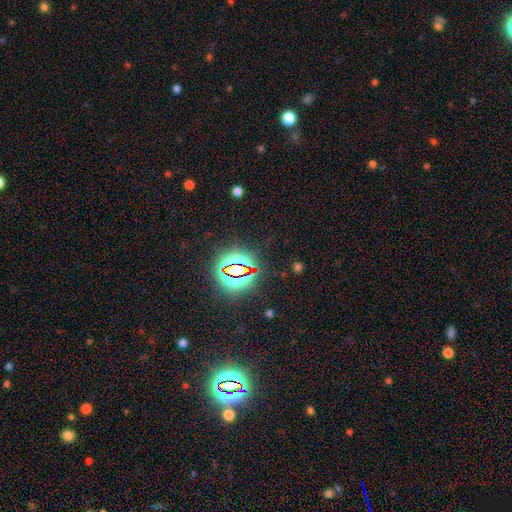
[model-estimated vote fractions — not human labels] star or artifact 81%, smooth 11%, featured or disk 8%.